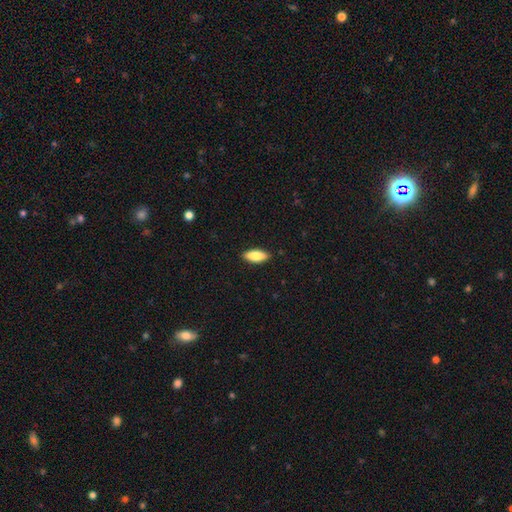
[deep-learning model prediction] smooth-or-featured: smooth: 85% | featured or disk: 10% | star or artifact: 6%
  how-rounded: in between: 82% | cigar-shaped: 16% | round: 2%
  merging: none: 88% | minor disturbance: 9% | major disturbance: 2% | merger: 1%